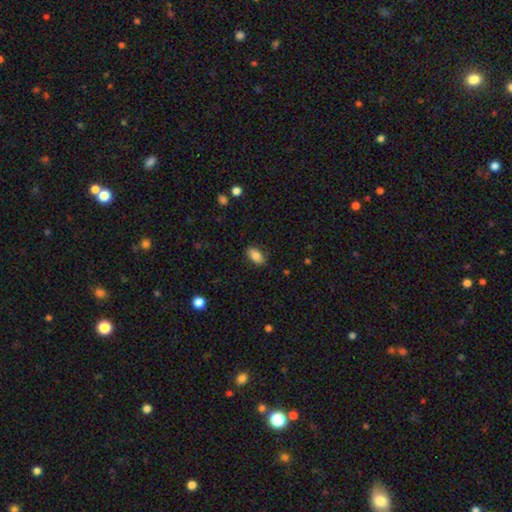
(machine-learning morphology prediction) This is clearly a smooth galaxy (83%). How rounded: clearly in between (91%). Merging: clearly none (84%).